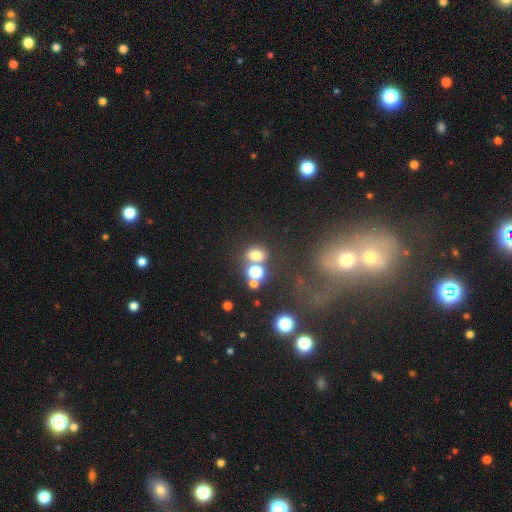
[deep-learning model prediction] Morphology: type=smooth (68%); roundness=round (50%); merging=none (55%).